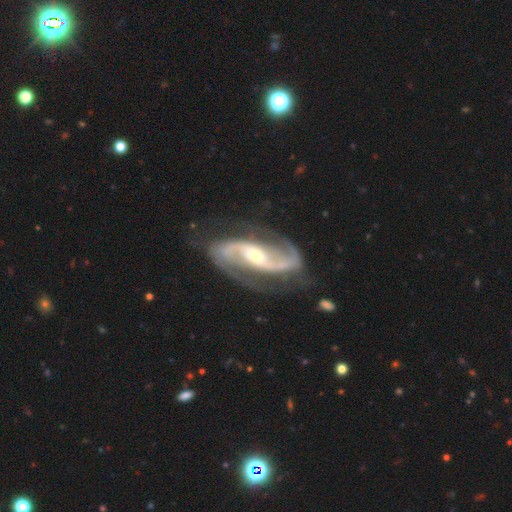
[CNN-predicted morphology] Overall: featured or disk (92%). Edge-on disk: no (97%). Bar: weak (37%; strong 35%). Spiral arms: yes (98%). Spiral arm count: 2 (92%). Spiral winding: medium (55%; loose 29%). Bulge size: moderate (47%; small 46%). Merging: none (72%).